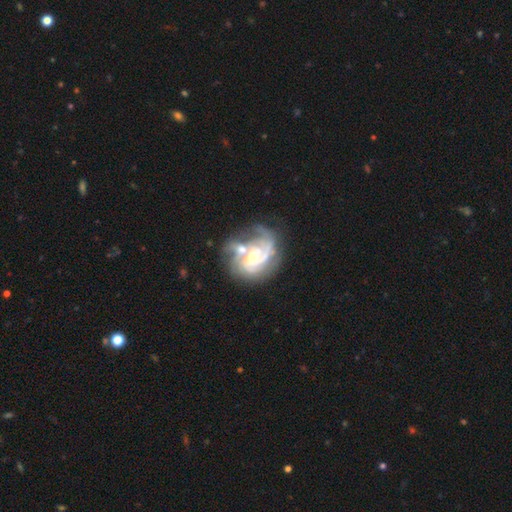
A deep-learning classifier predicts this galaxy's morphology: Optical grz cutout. It shows a featured or disk galaxy (82%) with no bar (64%), tight (48%) spiral arms (90%) and a small central bulge (50%). Merging: none (35%).